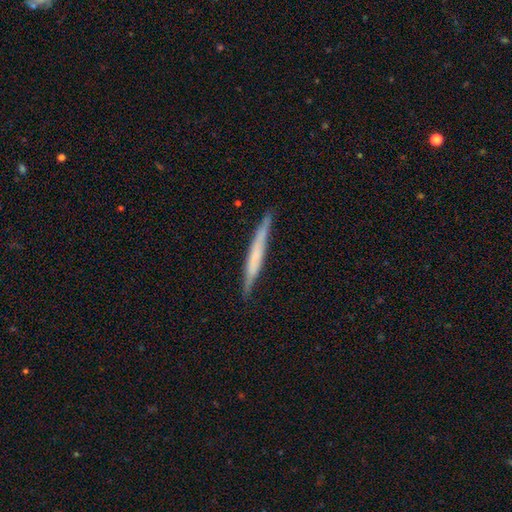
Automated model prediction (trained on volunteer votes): Smooth or featured: featured or disk — 48% (smooth — 46%)
Merging: none — 85% (minor disturbance — 11%)